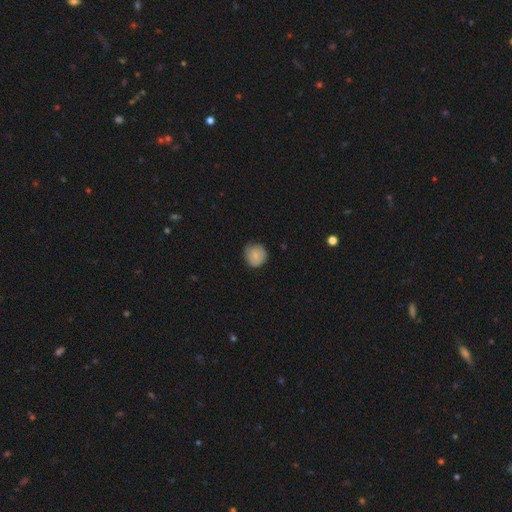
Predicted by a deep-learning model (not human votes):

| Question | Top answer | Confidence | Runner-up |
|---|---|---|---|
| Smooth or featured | smooth | 72% | featured or disk (20%) |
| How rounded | round | 91% | in between (8%) |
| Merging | none | 74% | minor disturbance (21%) |